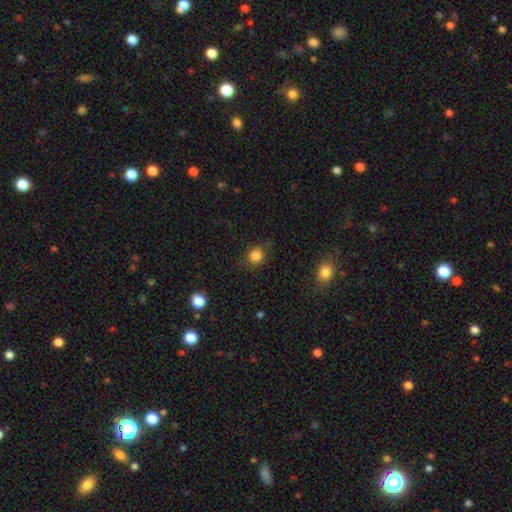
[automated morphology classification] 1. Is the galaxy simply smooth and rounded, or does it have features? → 84% smooth, 12% star or artifact, 4% featured or disk.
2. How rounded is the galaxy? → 85% round, 14% in between, 1% cigar-shaped.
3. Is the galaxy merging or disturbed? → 82% none, 13% minor disturbance, 4% major disturbance, 2% merger.